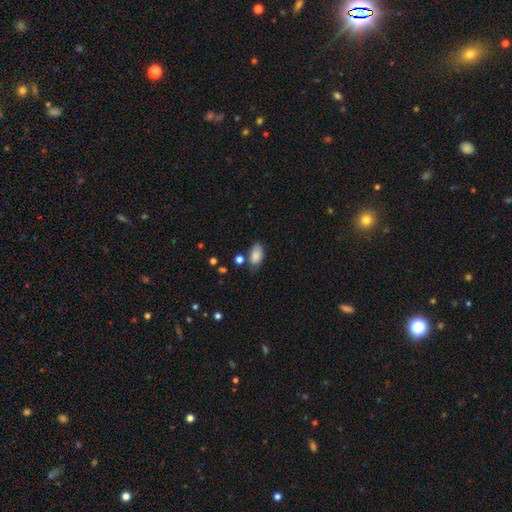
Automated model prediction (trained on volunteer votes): A smooth galaxy with no disk features (85%) that is in between round and cigar-shaped (92%). Merging: none (62%).